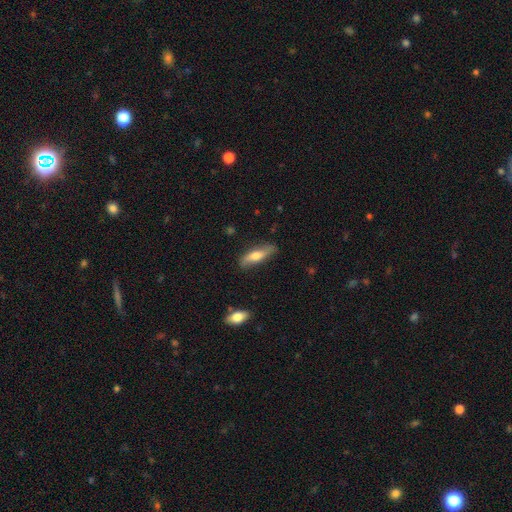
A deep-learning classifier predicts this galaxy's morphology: This is possibly a smooth galaxy (58%). How rounded: possibly cigar-shaped (53%). Merging: likely none (77%).